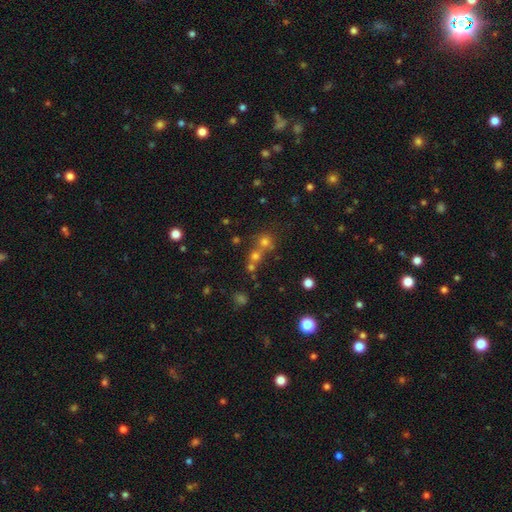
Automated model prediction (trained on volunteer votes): Q: Smooth or featured?
A: smooth (55%); runner-up: star or artifact (31%)
Q: How rounded?
A: round (87%); runner-up: in between (11%)
Q: Merging?
A: none (50%); runner-up: merger (40%)